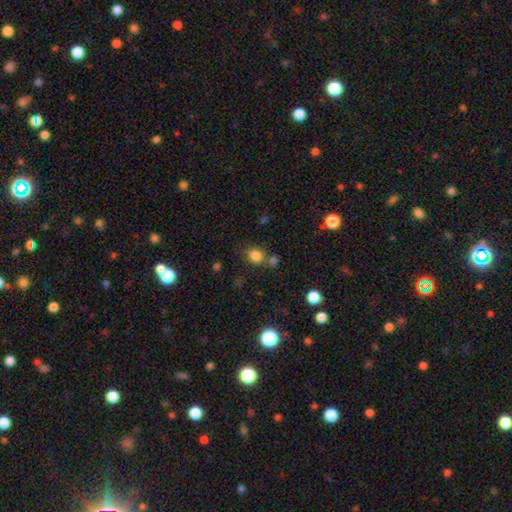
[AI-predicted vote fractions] This appears to be a smooth galaxy with no disk features (81%) that is round (81%). Merging: none (64%).